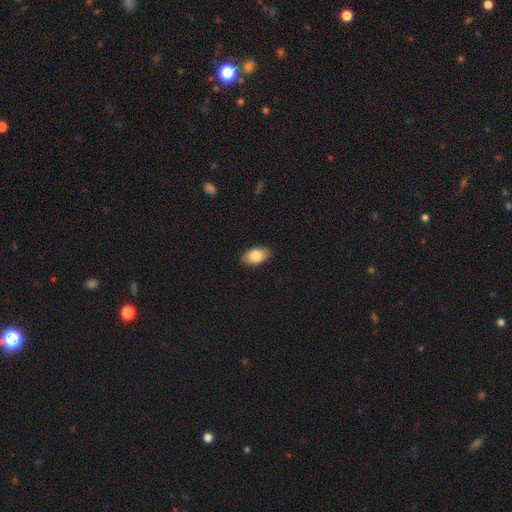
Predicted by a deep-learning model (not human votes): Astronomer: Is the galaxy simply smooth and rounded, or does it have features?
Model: smooth — 85%.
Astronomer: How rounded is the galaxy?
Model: in between — 92%.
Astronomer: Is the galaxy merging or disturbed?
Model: none — 87%.